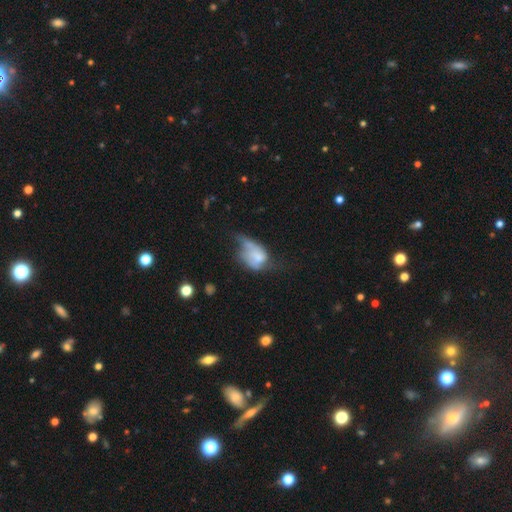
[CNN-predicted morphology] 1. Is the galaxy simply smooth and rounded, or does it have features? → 50% smooth, 41% featured or disk, 9% star or artifact.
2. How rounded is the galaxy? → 77% in between, 20% round, 3% cigar-shaped.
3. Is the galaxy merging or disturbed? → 46% major disturbance, 27% minor disturbance, 17% none, 10% merger.